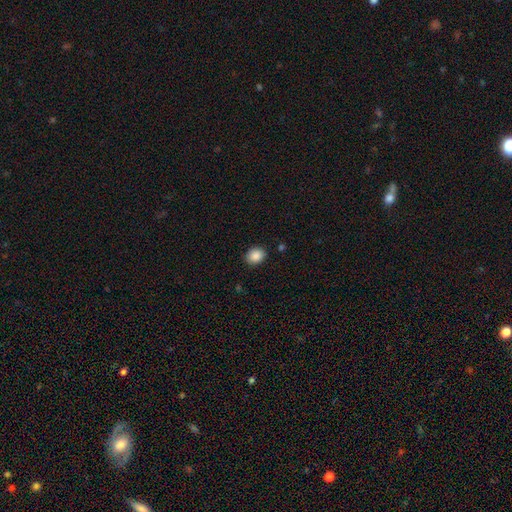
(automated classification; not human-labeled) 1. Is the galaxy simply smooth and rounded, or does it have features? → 88% smooth, 8% star or artifact, 3% featured or disk.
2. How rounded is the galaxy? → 53% round, 46% in between, 1% cigar-shaped.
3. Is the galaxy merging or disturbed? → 87% none, 9% minor disturbance, 2% major disturbance, 2% merger.